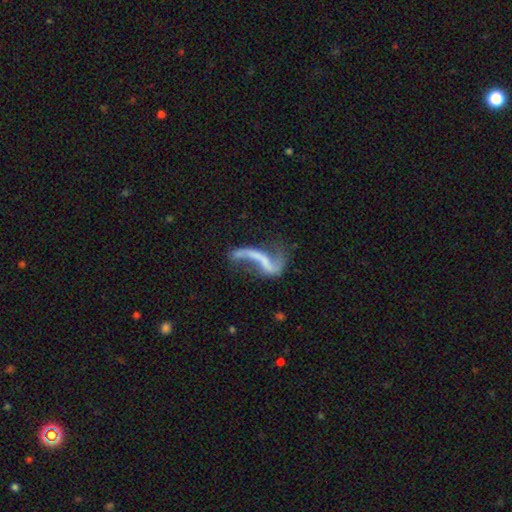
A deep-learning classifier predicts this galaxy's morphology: Smooth or featured? featured or disk (70%)
Edge-on disk? no (84%)
Bar? no (44%)
Spiral arms? yes (66%)
Bulge size? none (54%)
Merging? none (38%)